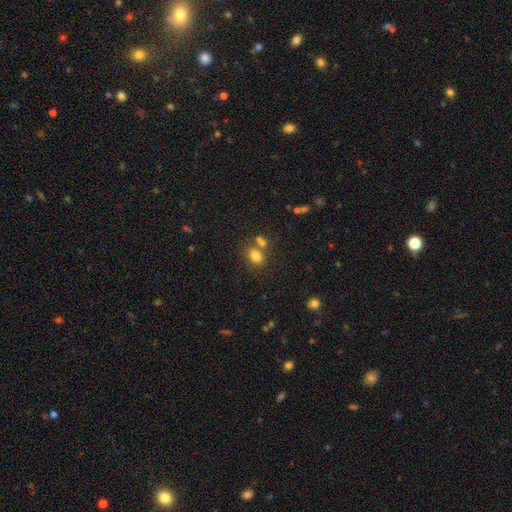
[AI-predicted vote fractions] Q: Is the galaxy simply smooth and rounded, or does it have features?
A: smooth — 80%.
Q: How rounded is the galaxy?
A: in between — 75%.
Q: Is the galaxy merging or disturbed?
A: none — 53%.